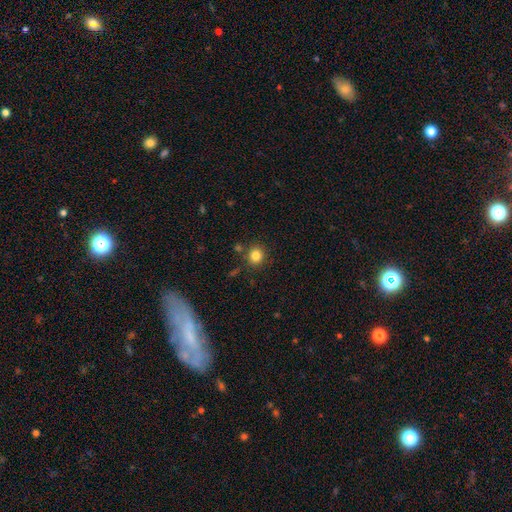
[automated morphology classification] smooth-or-featured: smooth: 83% | star or artifact: 11% | featured or disk: 5%
  how-rounded: round: 86% | in between: 13% | cigar-shaped: 1%
  merging: none: 84% | minor disturbance: 9% | merger: 5% | major disturbance: 3%